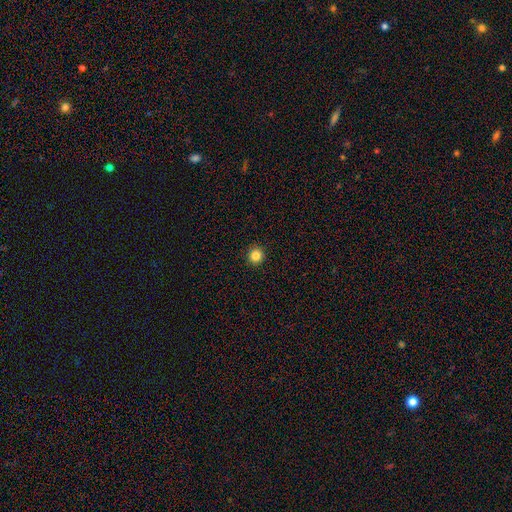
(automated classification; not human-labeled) Smooth or featured: smooth — 84% (star or artifact — 12%)
How rounded: round — 95% (in between — 4%)
Merging: none — 93% (minor disturbance — 4%)